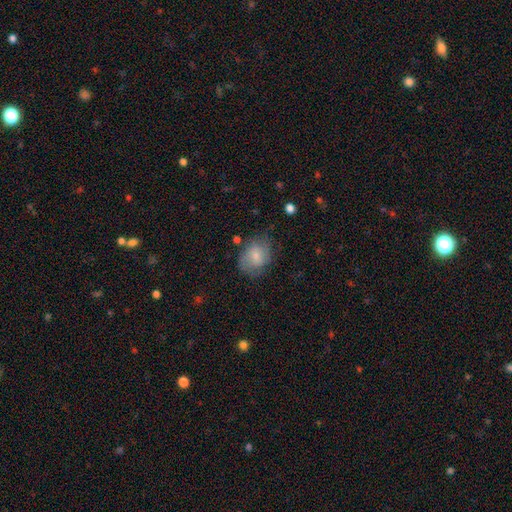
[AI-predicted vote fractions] smooth 67%, featured or disk 26%, star or artifact 8%. Down the decision tree: how rounded — in between (60%); merging — none (58%).